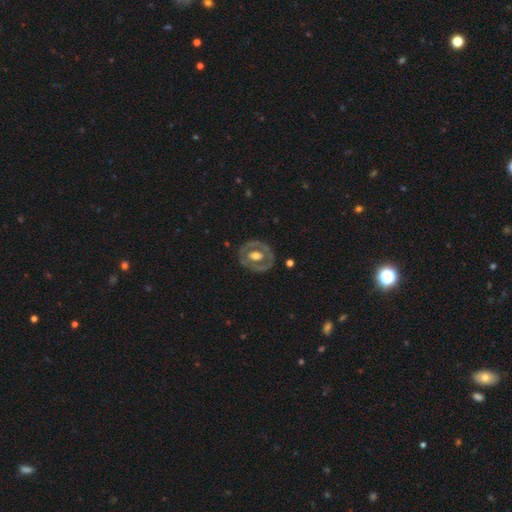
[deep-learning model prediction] featured or disk 67%, smooth 28%, star or artifact 5%. Down the decision tree: edge-on disk — no (94%); bar — no (58%); spiral arms — no (75%); bulge size — moderate (53%); merging — none (77%).